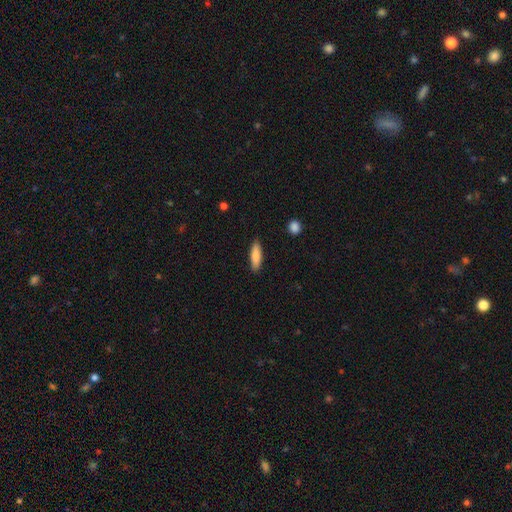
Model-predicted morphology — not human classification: A smooth galaxy with no disk features (85%) that is cigar-shaped (60%). Merging: none (87%).